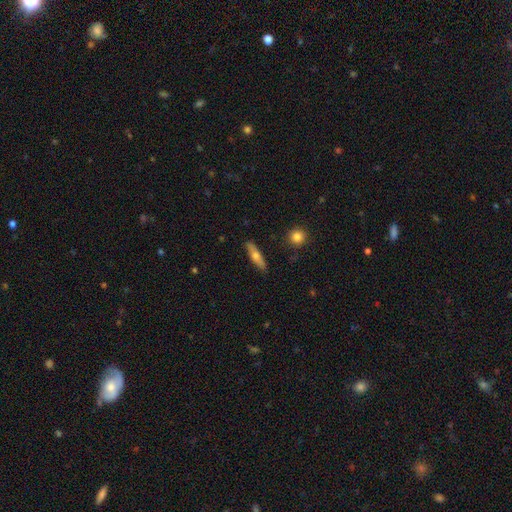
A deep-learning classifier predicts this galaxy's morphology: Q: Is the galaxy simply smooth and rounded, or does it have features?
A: smooth — 55%.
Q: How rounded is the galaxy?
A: cigar-shaped — 74%.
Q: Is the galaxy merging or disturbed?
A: none — 88%.